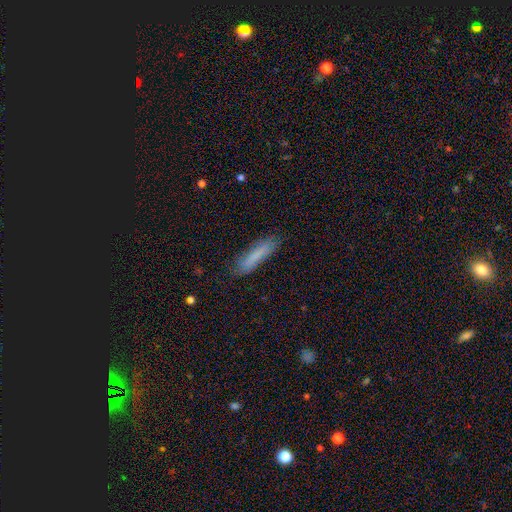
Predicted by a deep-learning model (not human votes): smooth_or_featured: smooth (p=0.78) [alt: featured or disk p=0.15]
how_rounded: cigar-shaped (p=0.83) [alt: in between p=0.16]
merging: none (p=0.81) [alt: minor disturbance p=0.15]